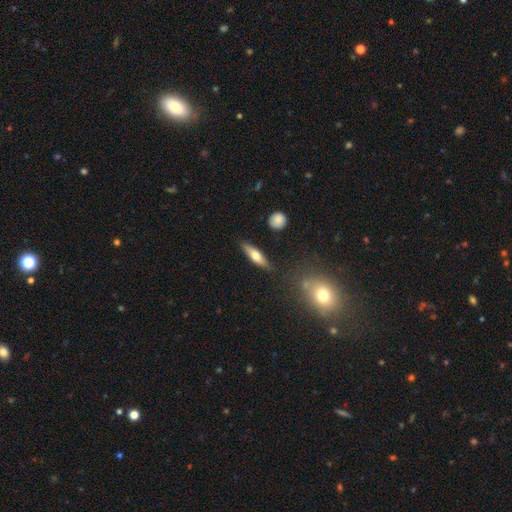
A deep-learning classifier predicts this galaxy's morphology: A smooth galaxy with no disk features (55%) that is cigar-shaped (64%). Merging: none (84%).